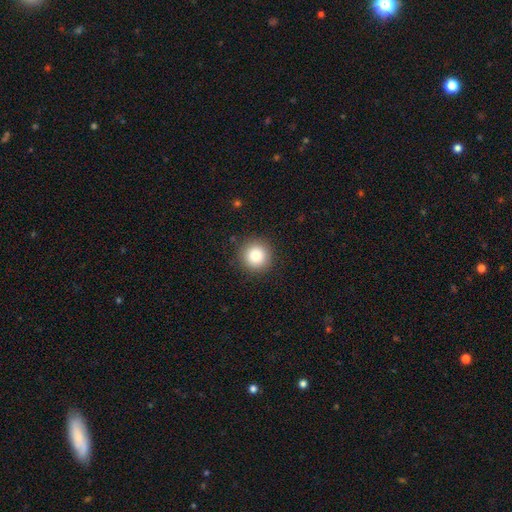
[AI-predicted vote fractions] smooth_or_featured: smooth (p=0.85) [alt: star or artifact p=0.10]
how_rounded: round (p=0.95) [alt: in between p=0.04]
merging: none (p=0.90) [alt: minor disturbance p=0.06]